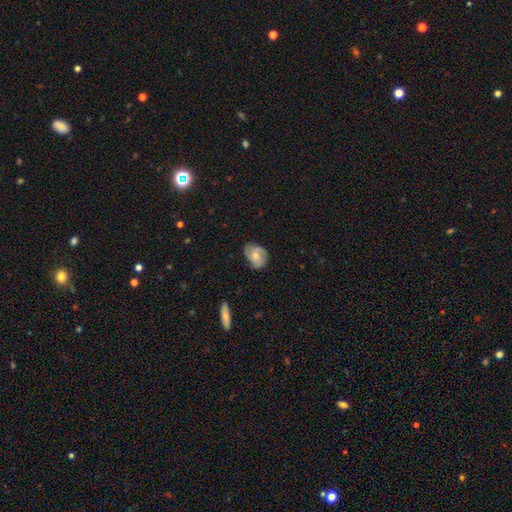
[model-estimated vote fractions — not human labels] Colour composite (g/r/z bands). It shows a smooth galaxy with no disk features (55%) that is in between round and cigar-shaped (67%). Merging: none (63%).